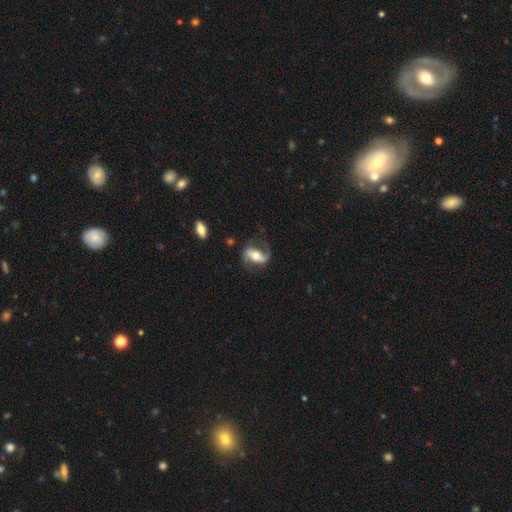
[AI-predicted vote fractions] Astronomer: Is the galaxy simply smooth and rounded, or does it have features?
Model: featured or disk — 76%.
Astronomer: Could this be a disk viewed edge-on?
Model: no — 92%.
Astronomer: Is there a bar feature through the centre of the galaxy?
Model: strong — 49% (runner-up: weak, 27%).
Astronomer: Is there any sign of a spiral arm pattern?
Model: yes — 90%.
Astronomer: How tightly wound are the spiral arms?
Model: loose — 52% (runner-up: medium, 36%).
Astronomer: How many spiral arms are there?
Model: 2 — 82%.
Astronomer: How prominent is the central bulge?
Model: moderate — 67%.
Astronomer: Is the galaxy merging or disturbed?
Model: none — 65%.